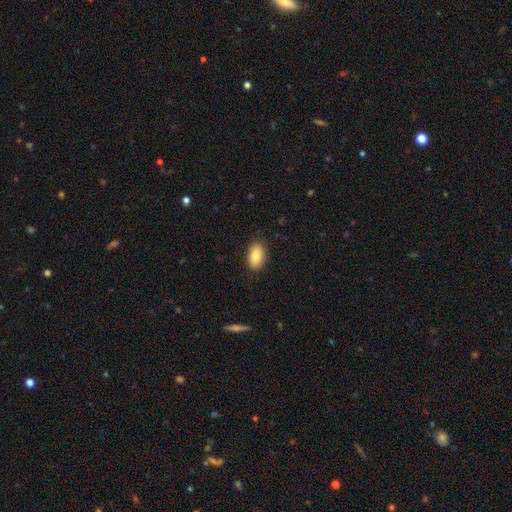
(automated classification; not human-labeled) Morphology: type=smooth (85%); roundness=in between (92%); merging=none (87%).